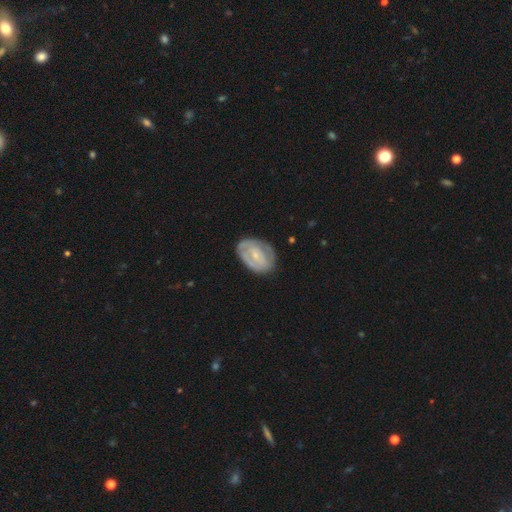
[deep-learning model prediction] smooth_or_featured: featured or disk (p=0.62) [alt: smooth p=0.33]
disk_edge_on: no (p=0.96) [alt: yes p=0.04]
bar: no (p=0.50) [alt: weak p=0.37]
has_spiral_arms: yes (p=0.60) [alt: no p=0.40]
bulge_size: small (p=0.66) [alt: moderate p=0.26]
merging: none (p=0.68) [alt: minor disturbance p=0.22]